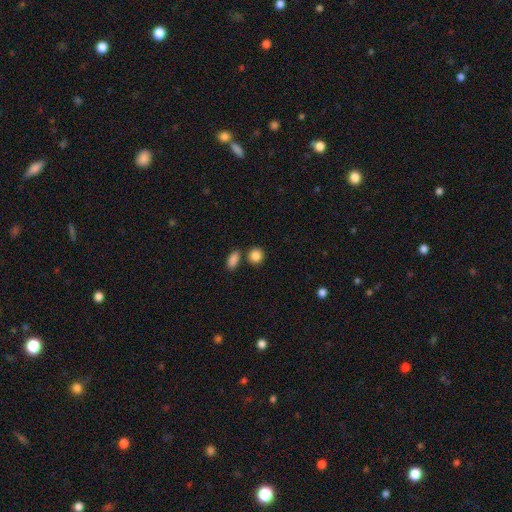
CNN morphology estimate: Overall: smooth (87%). How rounded: round (79%). Merging: none (75%).